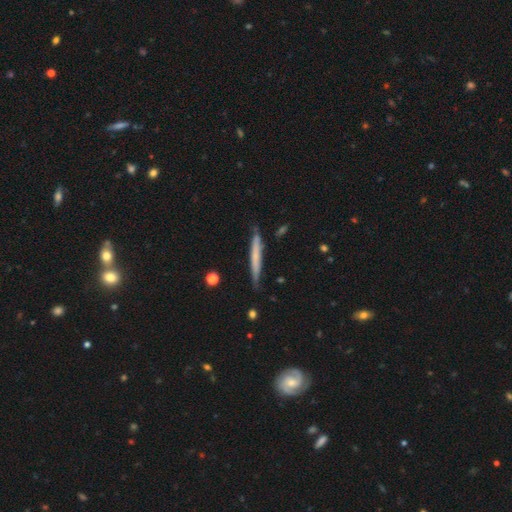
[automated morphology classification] smooth_or_featured: smooth (p=0.54) [alt: featured or disk p=0.40]
how_rounded: cigar-shaped (p=0.96) [alt: in between p=0.03]
merging: none (p=0.80) [alt: minor disturbance p=0.16]